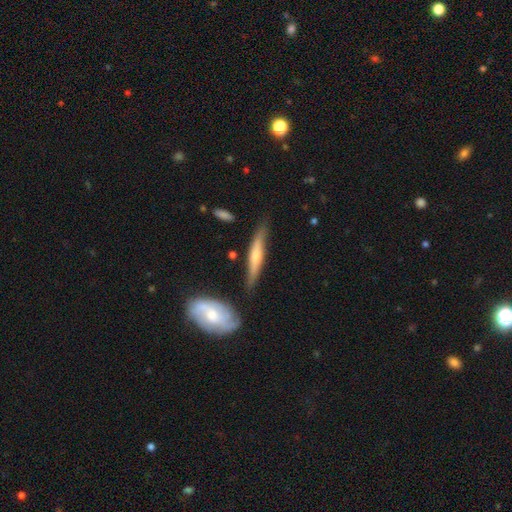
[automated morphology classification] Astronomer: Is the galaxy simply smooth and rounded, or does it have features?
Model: featured or disk — 62%.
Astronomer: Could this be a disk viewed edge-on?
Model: yes — 85%.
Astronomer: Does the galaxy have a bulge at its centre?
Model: rounded — 77%.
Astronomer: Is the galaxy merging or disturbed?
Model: none — 75%.